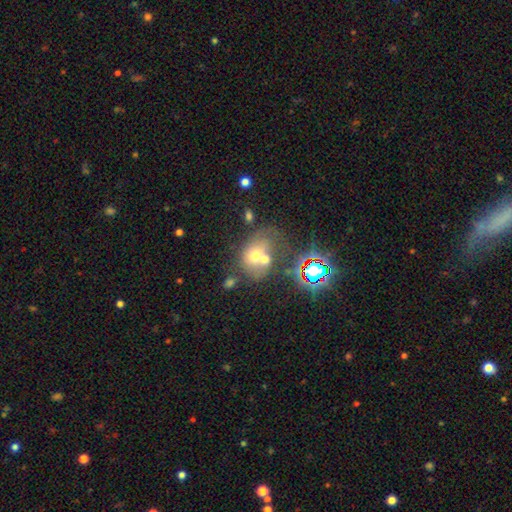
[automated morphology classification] The model was most divided on "how rounded": in between: 52%, round: 47%, cigar-shaped: 1%. More confident: merging — merger (58%); smooth or featured — smooth (53%).